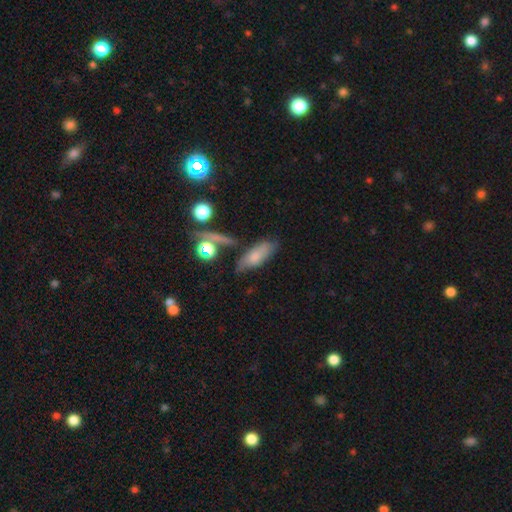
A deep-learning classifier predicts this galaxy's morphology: smooth 68%, featured or disk 21%, star or artifact 11%. Down the decision tree: how rounded — in between (68%); merging — none (62%).